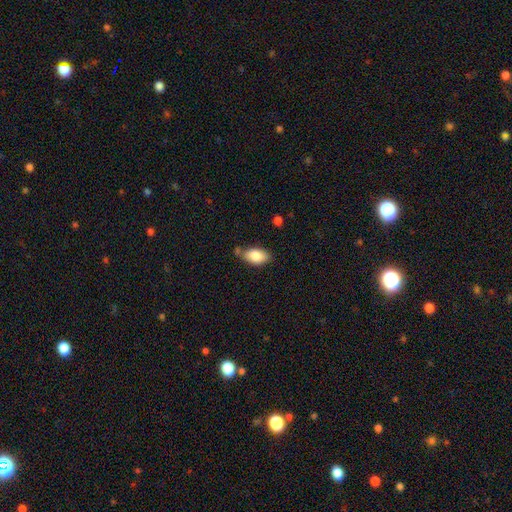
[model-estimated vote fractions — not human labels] This is clearly a smooth galaxy (85%). How rounded: clearly in between (93%). Merging: likely none (66%).